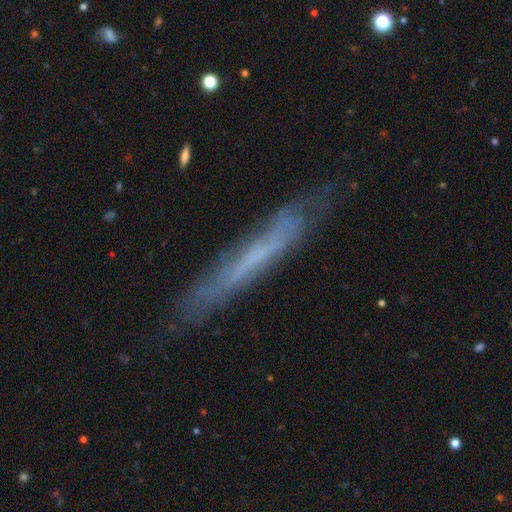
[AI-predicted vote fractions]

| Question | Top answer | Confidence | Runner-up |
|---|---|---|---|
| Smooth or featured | featured or disk | 56% | smooth (37%) |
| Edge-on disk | yes | 79% | no (21%) |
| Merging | none | 72% | minor disturbance (20%) |